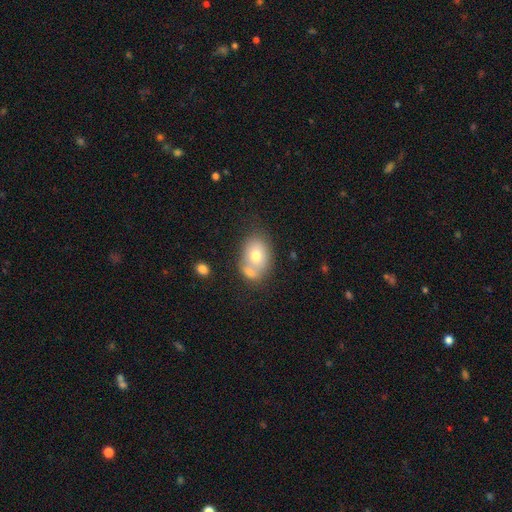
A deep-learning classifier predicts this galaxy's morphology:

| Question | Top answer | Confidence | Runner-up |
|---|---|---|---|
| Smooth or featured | smooth | 69% | featured or disk (23%) |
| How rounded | in between | 70% | round (29%) |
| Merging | none | 40% | merger (38%) |